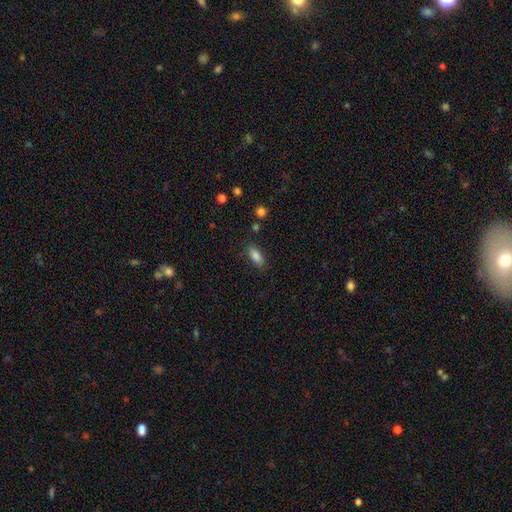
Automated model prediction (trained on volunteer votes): Smooth or featured? Predicted: smooth (p=0.86). How rounded? Predicted: in between (p=0.84). Merging? Predicted: none (p=0.82).